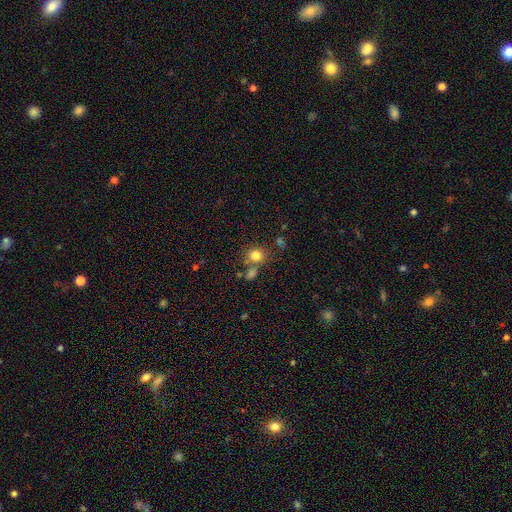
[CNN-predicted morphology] Overall: smooth (80%). How rounded: round (78%). Merging: none (65%).